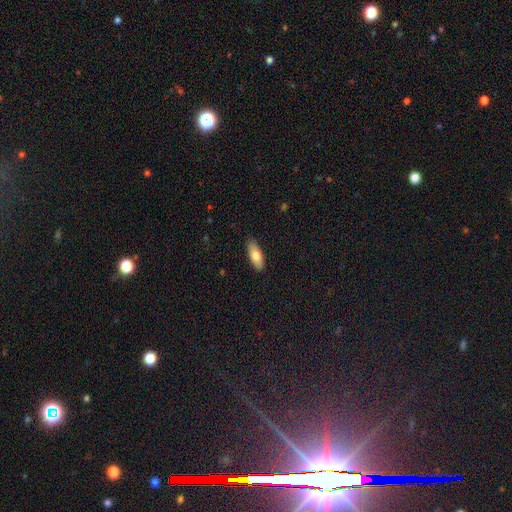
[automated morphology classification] type=smooth (76%); roundness=in between (72%); merging=none (87%).